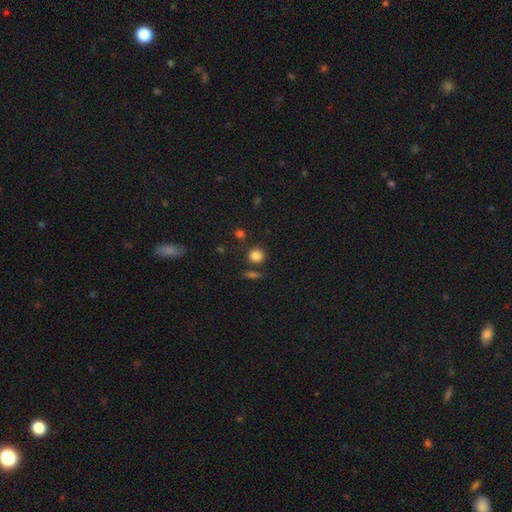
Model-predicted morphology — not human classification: A smooth galaxy with no disk features (84%) that is round (86%). Merging: none (78%).